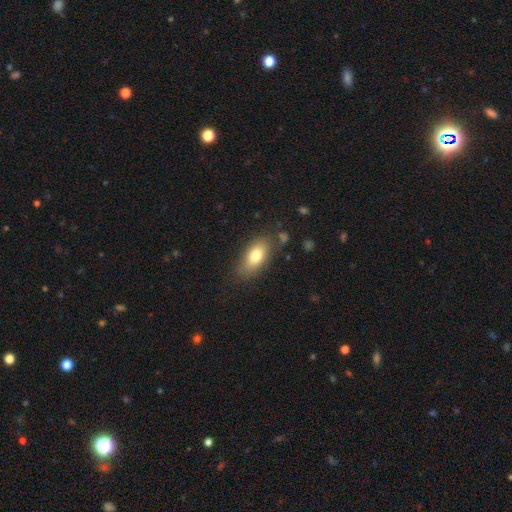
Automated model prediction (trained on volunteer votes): Smooth or featured? Predicted: smooth (p=0.76). How rounded? Predicted: in between (p=0.86). Merging? Predicted: none (p=0.77).